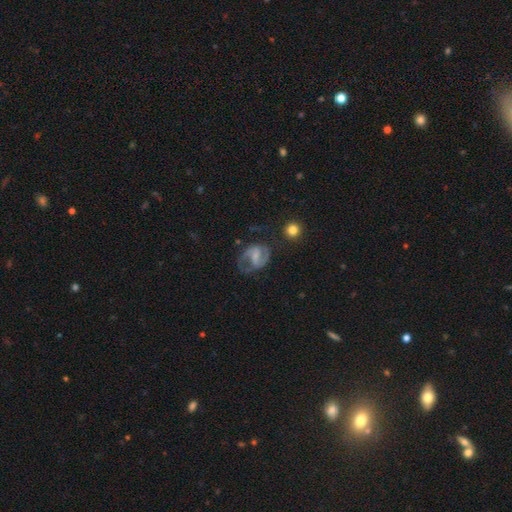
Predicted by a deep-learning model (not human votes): Smooth or featured?
  - featured or disk: 80% *
  - smooth: 14%
  - star or artifact: 6%
Edge-on disk?
  - no: 98% *
  - yes: 2%
Bar?
  - weak: 48% *
  - strong: 33%
  - no: 19%
Spiral arms?
  - yes: 91% *
  - no: 9%
Spiral winding?
  - medium: 55% *
  - loose: 24%
  - tight: 21%
Spiral arm count?
  - 2: 86% *
  - can't tell: 6%
  - 1: 4%
  - 3: 1%
  - 4: 1%
  - more than 4: 1%
Bulge size?
  - small: 34% *
  - none: 33%
  - moderate: 26%
  - large: 5%
  - dominant: 1%
Merging?
  - none: 61% *
  - minor disturbance: 20%
  - major disturbance: 16%
  - merger: 3%